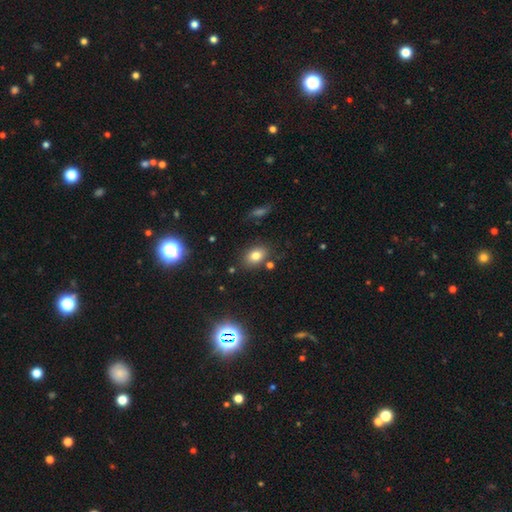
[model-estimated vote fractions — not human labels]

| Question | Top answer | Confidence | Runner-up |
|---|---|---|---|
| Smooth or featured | smooth | 77% | star or artifact (12%) |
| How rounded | in between | 78% | round (20%) |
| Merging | none | 79% | minor disturbance (12%) |